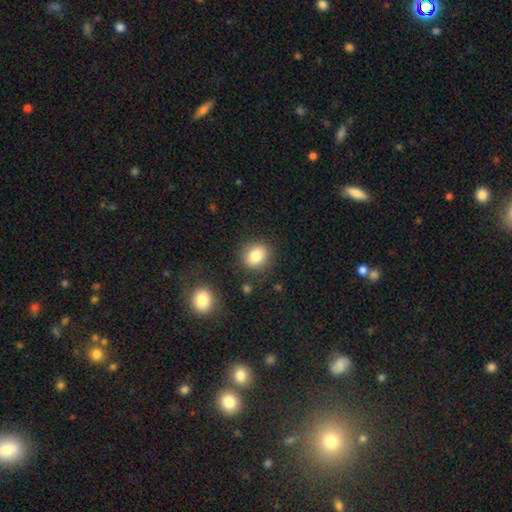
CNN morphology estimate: Q: Smooth or featured?
A: smooth (82%); runner-up: star or artifact (10%)
Q: How rounded?
A: round (65%); runner-up: in between (34%)
Q: Merging?
A: none (84%); runner-up: minor disturbance (10%)